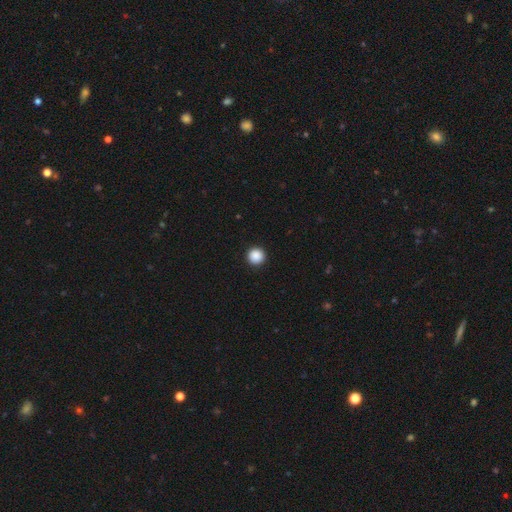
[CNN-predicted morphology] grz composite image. It shows a smooth galaxy with no disk features (89%) that is round (96%). Merging: none (94%).